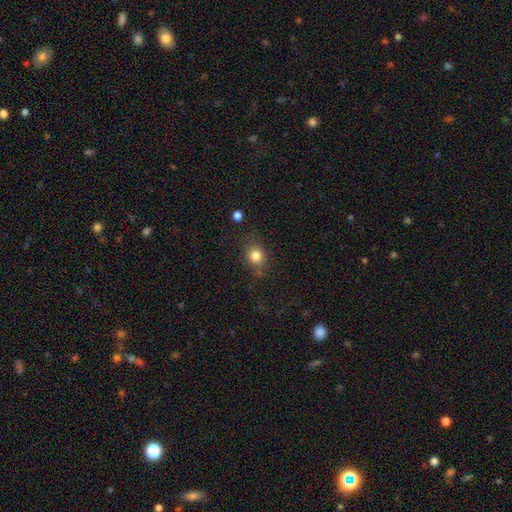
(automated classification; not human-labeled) Morphology: type=smooth (82%); roundness=round (70%); merging=none (76%).